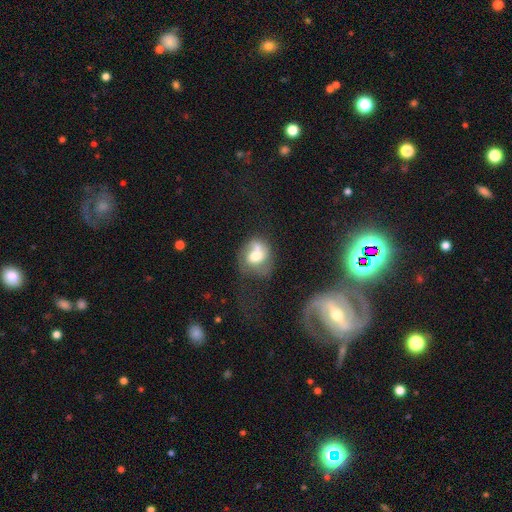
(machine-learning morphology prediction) Smooth or featured: smooth — 56% (featured or disk — 35%)
How rounded: round — 57% (in between — 42%)
Merging: merger — 40% (none — 26%)